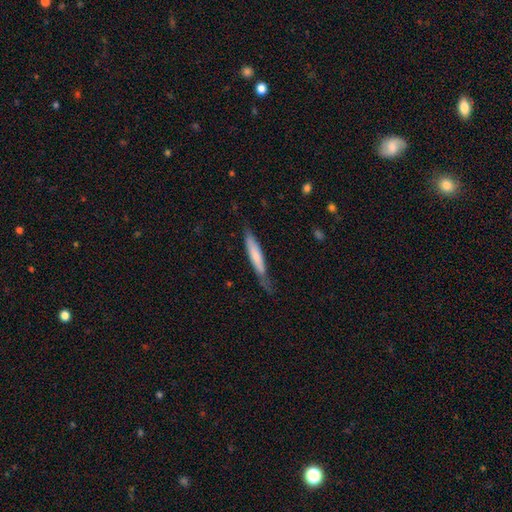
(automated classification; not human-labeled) smooth_or_featured: smooth (p=0.65) [alt: featured or disk p=0.30]
how_rounded: cigar-shaped (p=0.91) [alt: in between p=0.08]
merging: none (p=0.64) [alt: minor disturbance p=0.26]